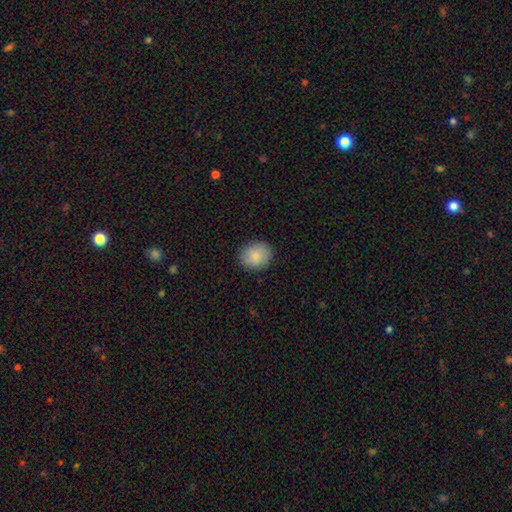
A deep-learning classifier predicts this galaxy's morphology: Smooth or featured? smooth (84%)
How rounded? round (63%)
Merging? none (87%)